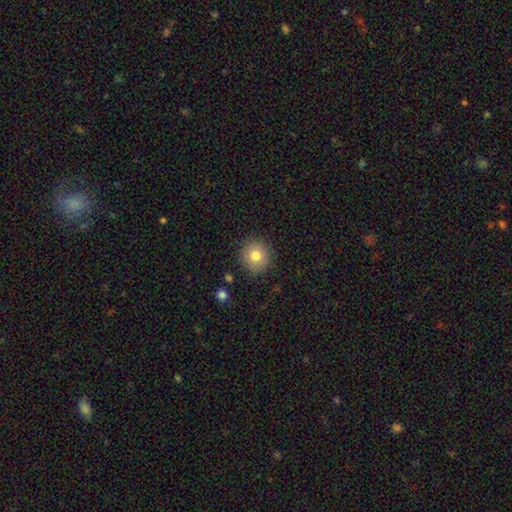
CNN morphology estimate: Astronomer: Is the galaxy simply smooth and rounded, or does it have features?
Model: smooth — 79%.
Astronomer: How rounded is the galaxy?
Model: round — 92%.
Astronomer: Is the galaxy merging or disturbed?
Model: none — 87%.